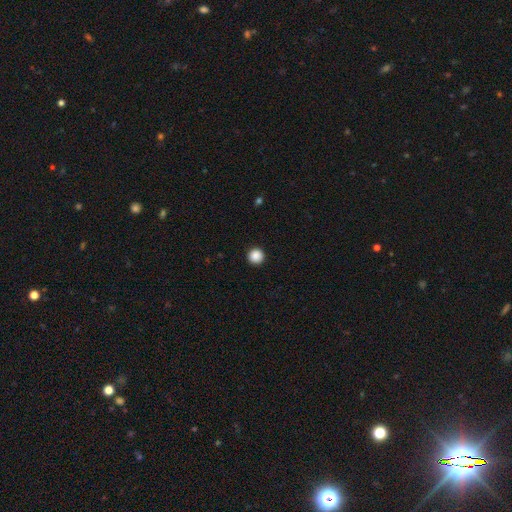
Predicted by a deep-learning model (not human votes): Smooth or featured: smooth — 88% (star or artifact — 9%)
How rounded: round — 96% (in between — 3%)
Merging: none — 94% (minor disturbance — 4%)